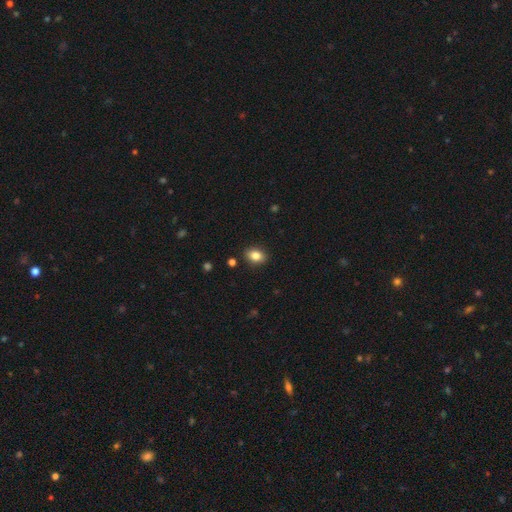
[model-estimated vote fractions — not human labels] Overall: smooth (85%). How rounded: in between (77%). Merging: none (88%).